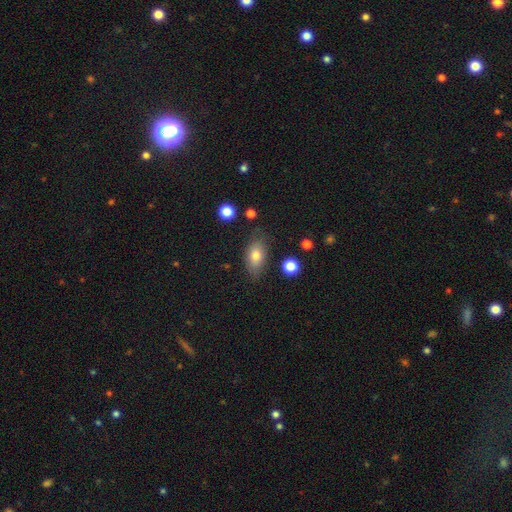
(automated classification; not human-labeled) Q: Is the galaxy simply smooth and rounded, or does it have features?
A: smooth — 77%.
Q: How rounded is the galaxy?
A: in between — 87%.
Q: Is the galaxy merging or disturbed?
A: none — 75%.